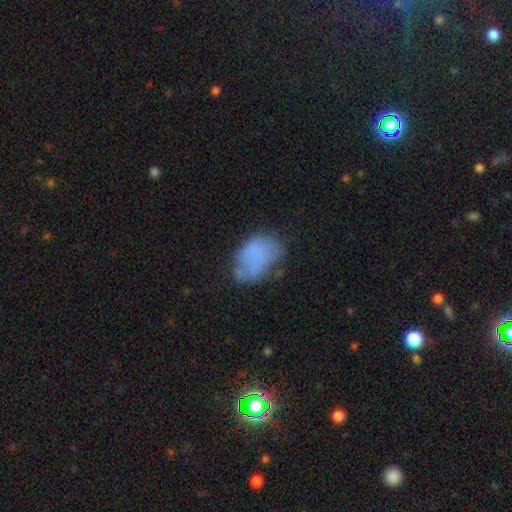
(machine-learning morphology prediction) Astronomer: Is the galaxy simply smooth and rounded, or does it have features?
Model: smooth — 69%.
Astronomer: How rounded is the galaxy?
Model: in between — 86%.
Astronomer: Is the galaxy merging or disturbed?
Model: none — 40% (runner-up: minor disturbance, 33%).